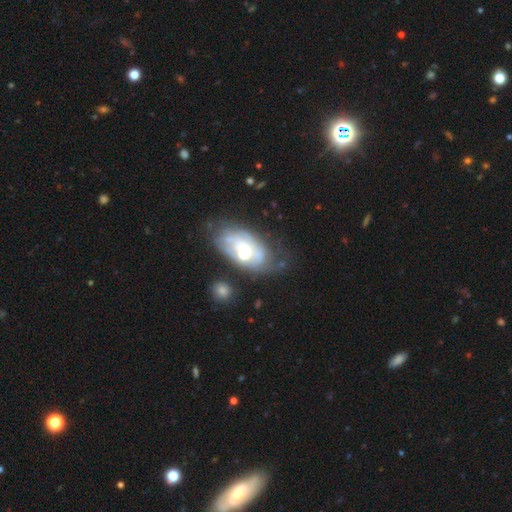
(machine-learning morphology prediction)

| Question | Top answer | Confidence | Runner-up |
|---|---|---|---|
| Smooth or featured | featured or disk | 66% | smooth (25%) |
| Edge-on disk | no | 92% | yes (8%) |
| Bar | no | 74% | weak (20%) |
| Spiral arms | yes | 53% | no (47%) |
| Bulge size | moderate | 63% | large (17%) |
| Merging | none | 44% | minor disturbance (26%) |